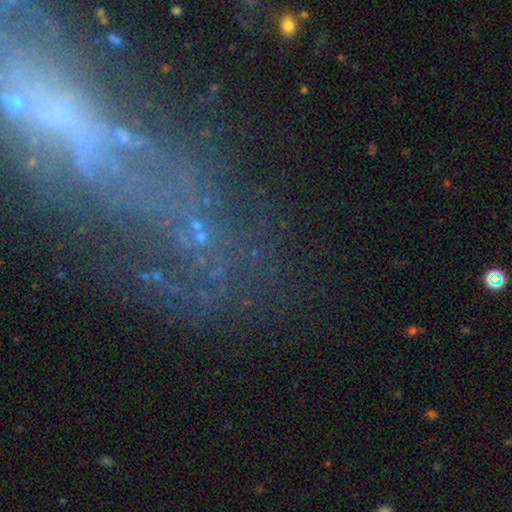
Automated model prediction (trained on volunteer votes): Smooth or featured? Predicted: featured or disk (p=0.49). Merging? Predicted: none (p=0.46).